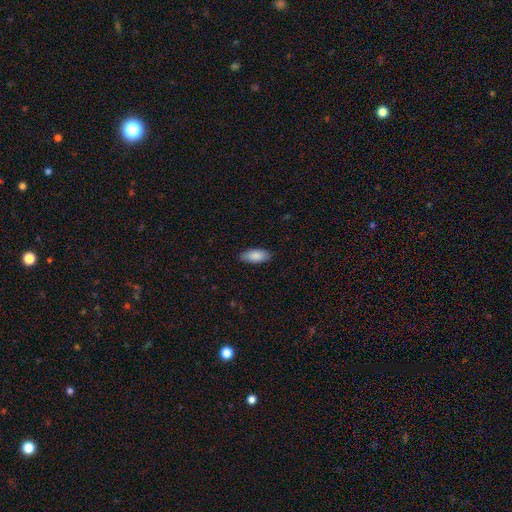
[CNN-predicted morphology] smooth_or_featured: smooth (p=0.88) [alt: featured or disk p=0.06]
how_rounded: in between (p=0.88) [alt: cigar-shaped p=0.10]
merging: none (p=0.87) [alt: minor disturbance p=0.10]